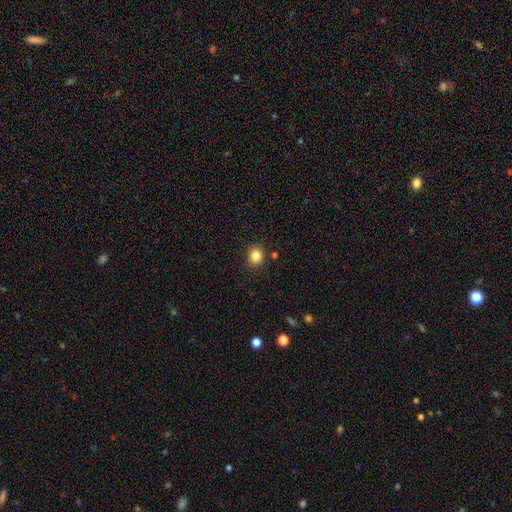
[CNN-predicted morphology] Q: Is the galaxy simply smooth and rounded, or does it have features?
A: smooth — 84%.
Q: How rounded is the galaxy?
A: round — 71%.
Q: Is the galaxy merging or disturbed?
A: none — 89%.